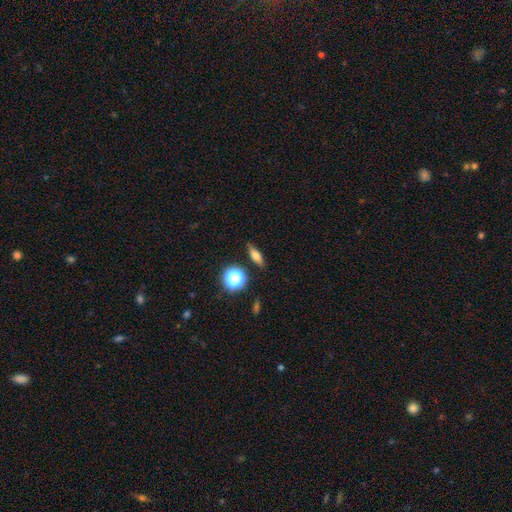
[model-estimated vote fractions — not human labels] Smooth or featured?
  - smooth: 62% *
  - featured or disk: 24%
  - star or artifact: 14%
How rounded?
  - in between: 45% *
  - cigar-shaped: 40%
  - round: 15%
Merging?
  - none: 85% *
  - minor disturbance: 10%
  - major disturbance: 3%
  - merger: 2%